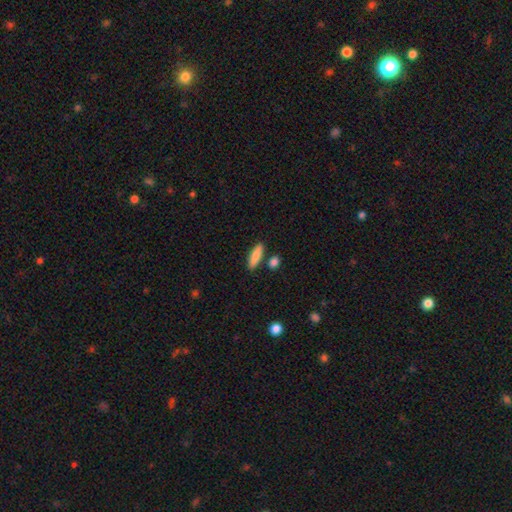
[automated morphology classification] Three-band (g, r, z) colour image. It shows a smooth galaxy with no disk features (84%) that is cigar-shaped (61%). Merging: none (83%).